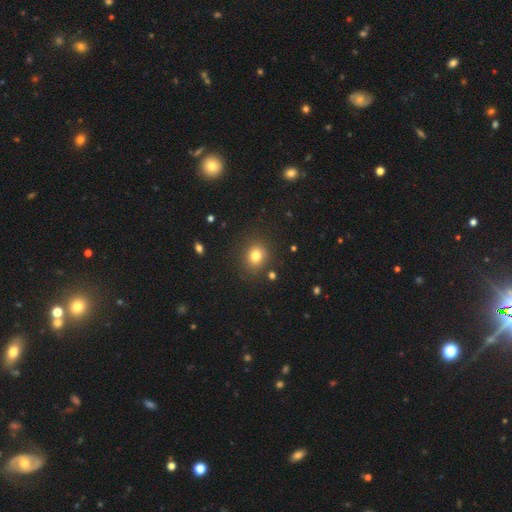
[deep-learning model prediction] smooth-or-featured: smooth: 79% | star or artifact: 14% | featured or disk: 7%
  how-rounded: round: 73% | in between: 26% | cigar-shaped: 1%
  merging: none: 85% | minor disturbance: 9% | major disturbance: 3% | merger: 3%